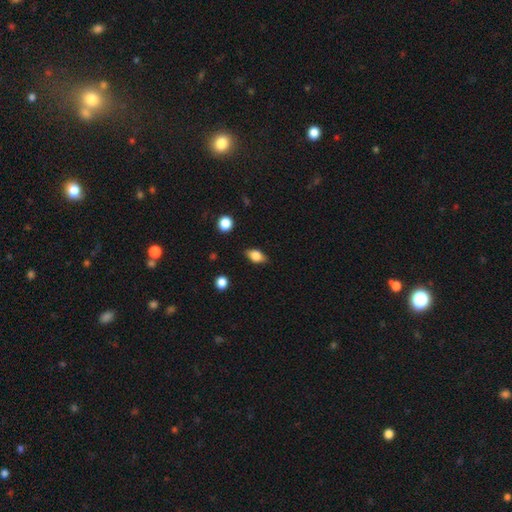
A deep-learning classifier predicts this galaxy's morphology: This is likely a smooth galaxy (74%). How rounded: clearly in between (81%). Merging: clearly none (82%).